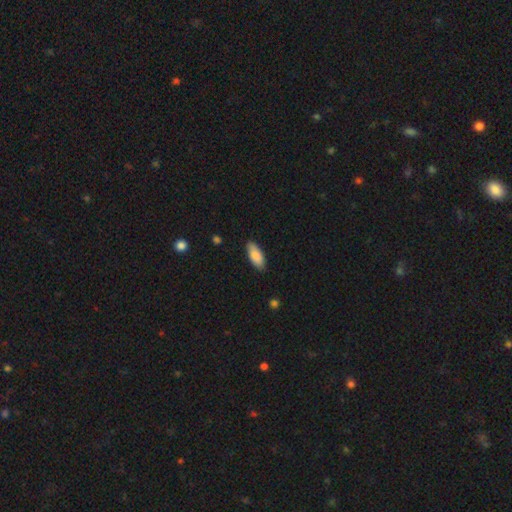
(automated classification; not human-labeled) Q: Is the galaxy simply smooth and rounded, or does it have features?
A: smooth — 88%.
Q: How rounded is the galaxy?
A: in between — 83%.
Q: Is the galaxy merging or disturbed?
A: none — 85%.